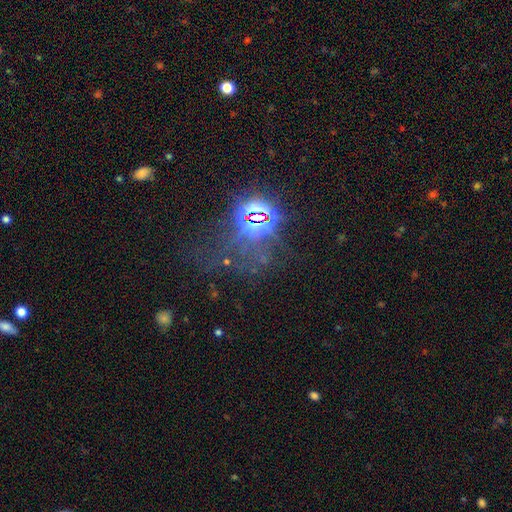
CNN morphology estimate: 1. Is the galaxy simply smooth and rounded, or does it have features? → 68% star or artifact, 19% smooth, 13% featured or disk.